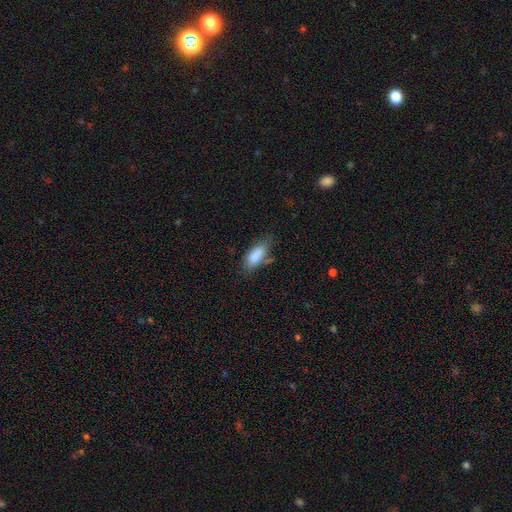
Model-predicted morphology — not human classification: Smooth or featured: smooth — 84% (featured or disk — 9%)
How rounded: in between — 81% (cigar-shaped — 16%)
Merging: none — 57% (minor disturbance — 27%)